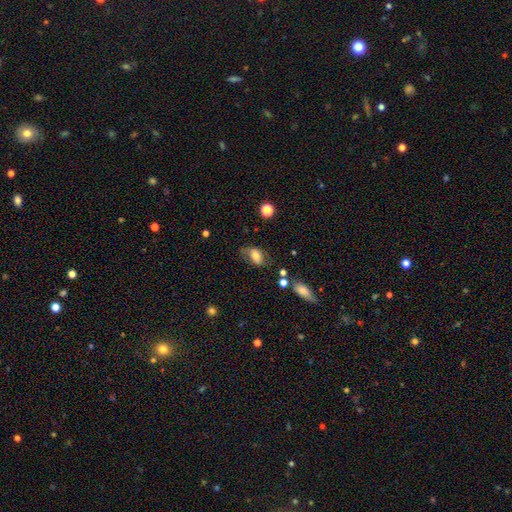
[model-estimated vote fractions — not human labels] Overall: smooth (66%). How rounded: in between (86%). Merging: none (52%; minor disturbance 28%).